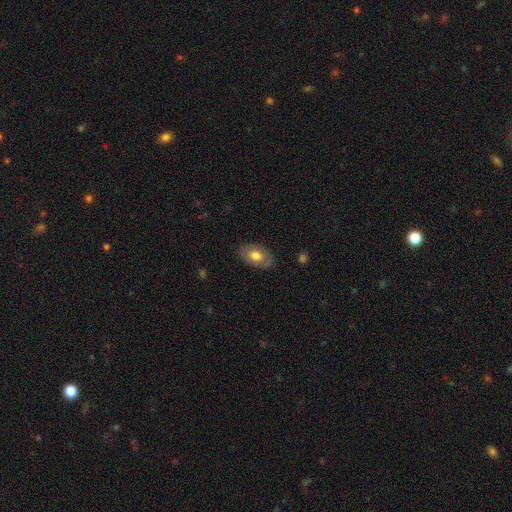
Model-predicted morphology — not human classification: Smooth or featured?
  - smooth: 69% *
  - featured or disk: 24%
  - star or artifact: 7%
How rounded?
  - in between: 91% *
  - round: 7%
  - cigar-shaped: 2%
Merging?
  - none: 81% *
  - minor disturbance: 15%
  - major disturbance: 4%
  - merger: 1%